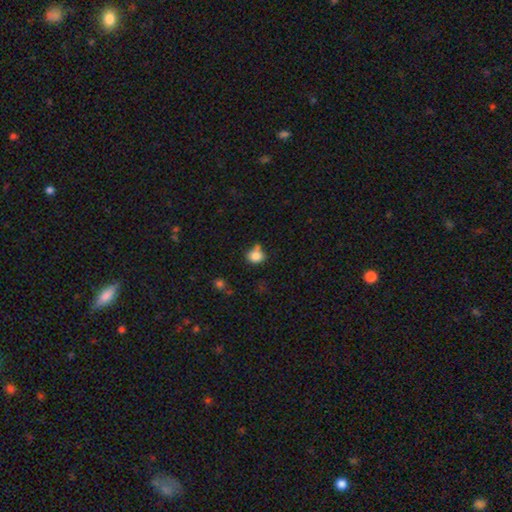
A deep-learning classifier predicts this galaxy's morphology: A smooth galaxy with no disk features (82%) that is round (70%). Merging: none (53%).